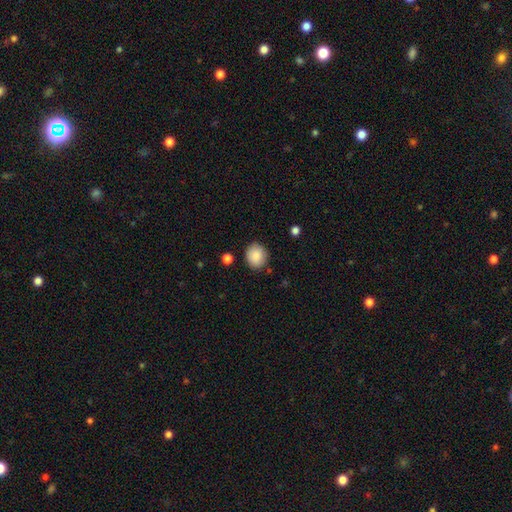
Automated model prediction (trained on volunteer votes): Morphology: type=smooth (89%); roundness=round (79%); merging=none (85%).